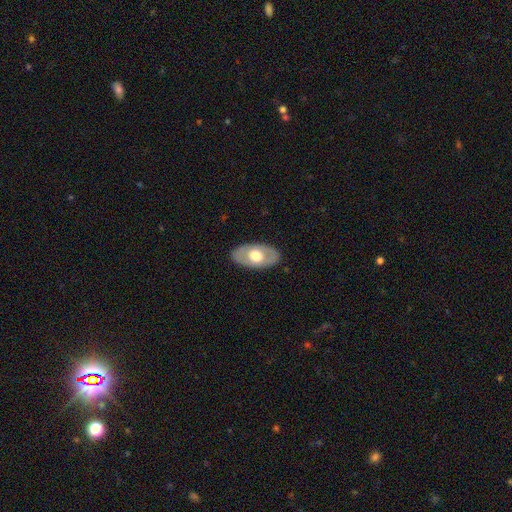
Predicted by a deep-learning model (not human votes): Smooth or featured? smooth (50%)
Merging? none (86%)